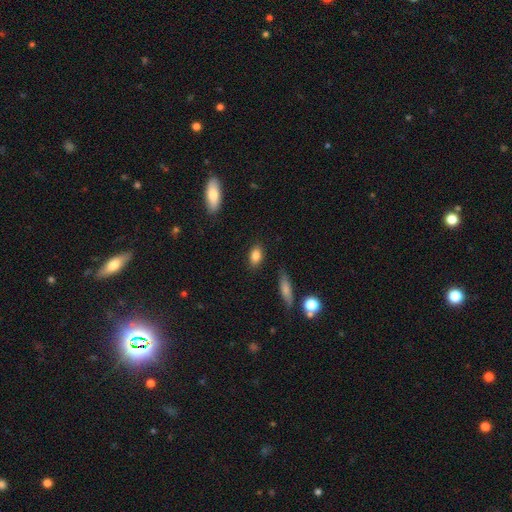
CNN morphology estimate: smooth 83%, featured or disk 8%, star or artifact 8%. Down the decision tree: how rounded — in between (85%); merging — none (86%).